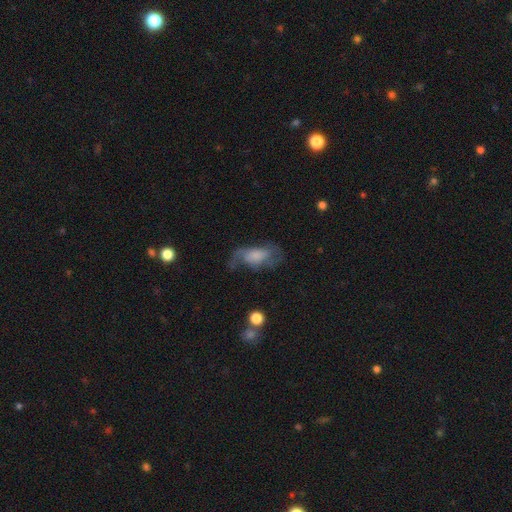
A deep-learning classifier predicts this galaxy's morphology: Smooth or featured? Predicted: featured or disk (p=0.48). Merging? Predicted: none (p=0.38).